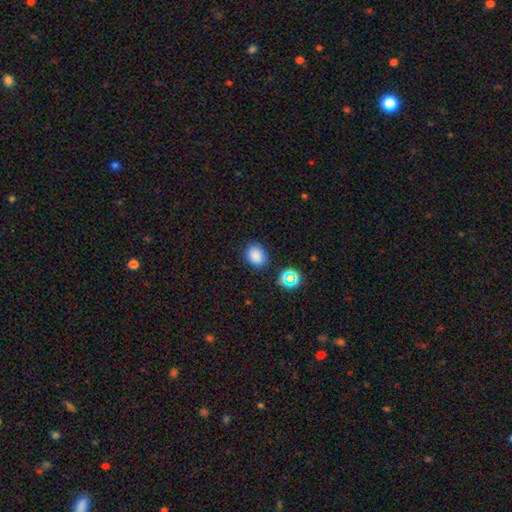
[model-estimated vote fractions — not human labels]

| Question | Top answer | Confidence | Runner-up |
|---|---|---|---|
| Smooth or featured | smooth | 82% | star or artifact (14%) |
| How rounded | round | 51% | in between (48%) |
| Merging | none | 83% | minor disturbance (11%) |